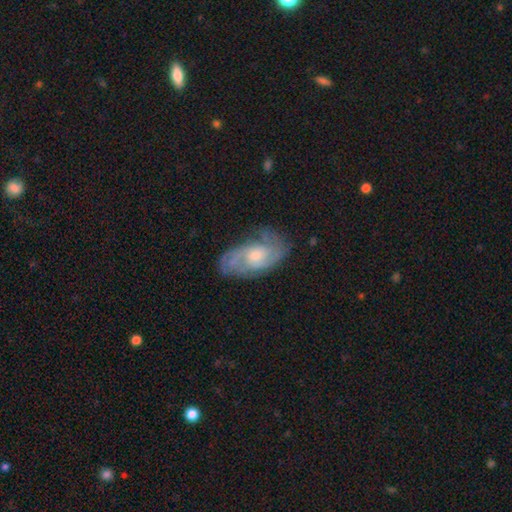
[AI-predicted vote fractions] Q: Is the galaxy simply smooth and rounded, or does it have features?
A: featured or disk — 78%.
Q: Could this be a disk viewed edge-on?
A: no — 95%.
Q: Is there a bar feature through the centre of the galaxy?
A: no — 67%.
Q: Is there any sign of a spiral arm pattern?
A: yes — 93%.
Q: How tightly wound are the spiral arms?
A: tight — 46%.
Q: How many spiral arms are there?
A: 2 — 39%.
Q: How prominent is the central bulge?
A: moderate — 50%.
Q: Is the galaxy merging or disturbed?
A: none — 70%.